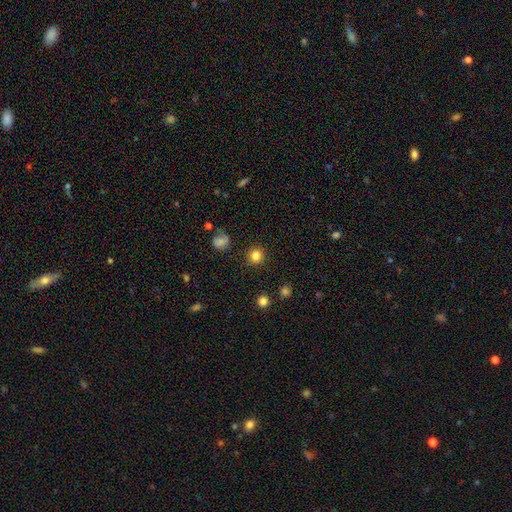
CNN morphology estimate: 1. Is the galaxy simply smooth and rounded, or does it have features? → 83% smooth, 12% star or artifact, 5% featured or disk.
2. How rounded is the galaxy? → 94% round, 5% in between, 1% cigar-shaped.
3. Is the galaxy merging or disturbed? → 91% none, 5% minor disturbance, 2% major disturbance, 1% merger.